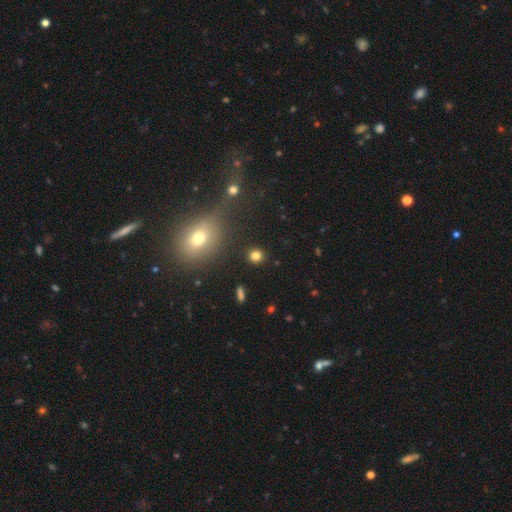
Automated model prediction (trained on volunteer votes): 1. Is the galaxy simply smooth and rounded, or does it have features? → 81% smooth, 14% star or artifact, 5% featured or disk.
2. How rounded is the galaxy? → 86% round, 13% in between, 1% cigar-shaped.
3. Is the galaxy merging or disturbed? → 90% none, 5% minor disturbance, 3% merger, 2% major disturbance.